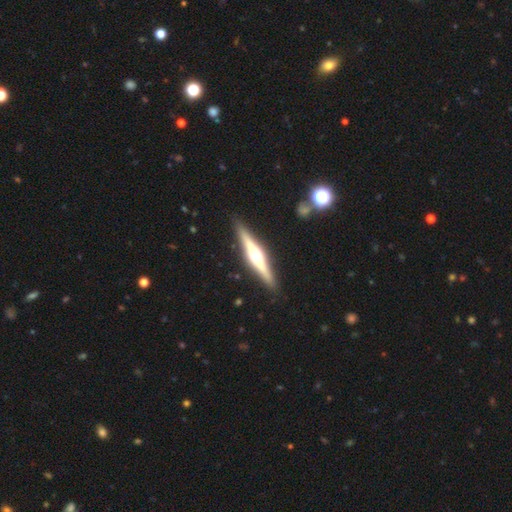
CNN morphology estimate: type=featured or disk (73%); edge-on=yes (97%); edge-on bulge=rounded (91%); merging=none (90%).